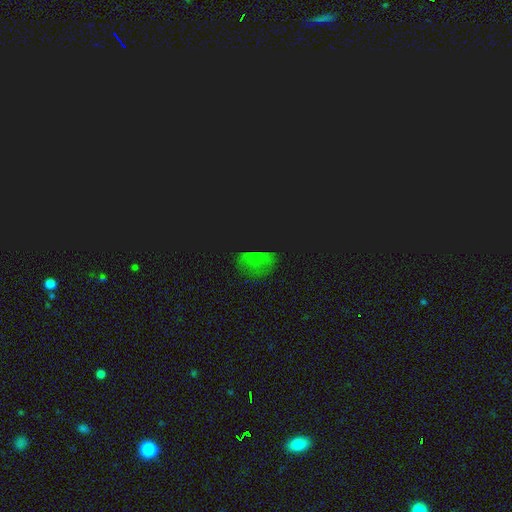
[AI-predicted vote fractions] A star or artifact, not a galaxy (60%).

Vote fractions:
- Smooth or featured? star or artifact: 60% / smooth: 31% / featured or disk: 9%